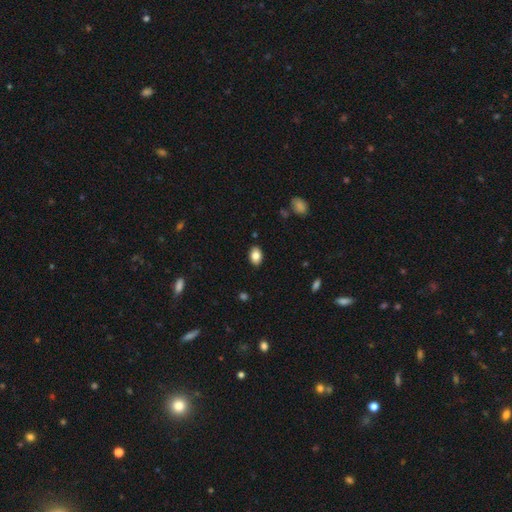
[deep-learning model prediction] Smooth or featured?
  - smooth: 84% *
  - star or artifact: 8%
  - featured or disk: 8%
How rounded?
  - in between: 86% *
  - round: 13%
  - cigar-shaped: 1%
Merging?
  - none: 88% *
  - minor disturbance: 9%
  - major disturbance: 2%
  - merger: 1%